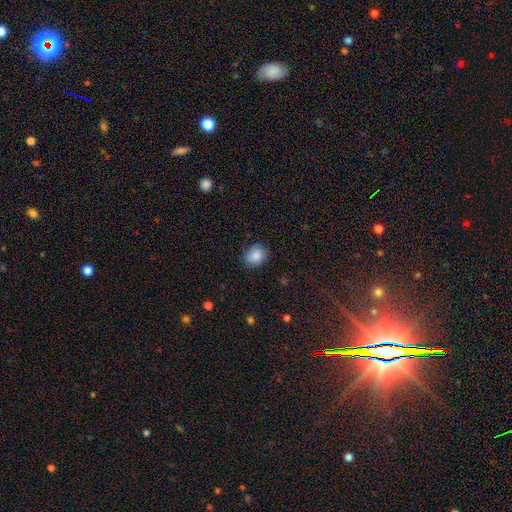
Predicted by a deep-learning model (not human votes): Smooth or featured? smooth (86%)
How rounded? round (51%)
Merging? none (84%)